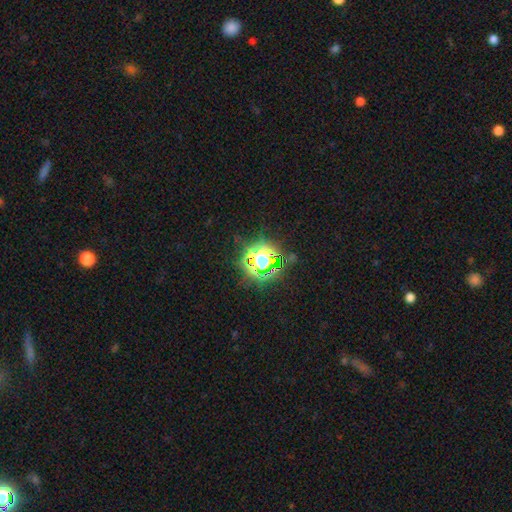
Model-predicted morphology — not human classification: A star or artifact, not a galaxy (65%).